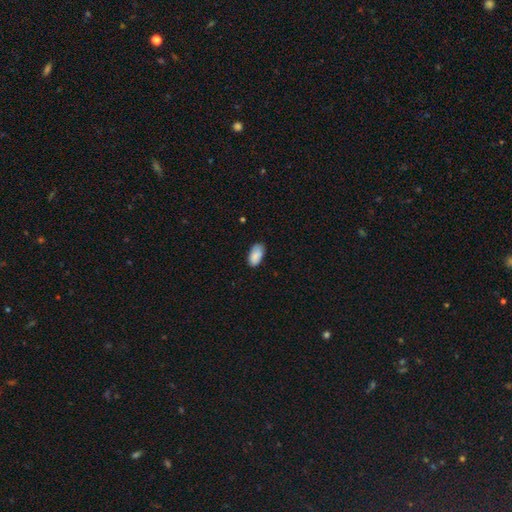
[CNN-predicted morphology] type=smooth (86%); roundness=in between (95%); merging=none (76%).